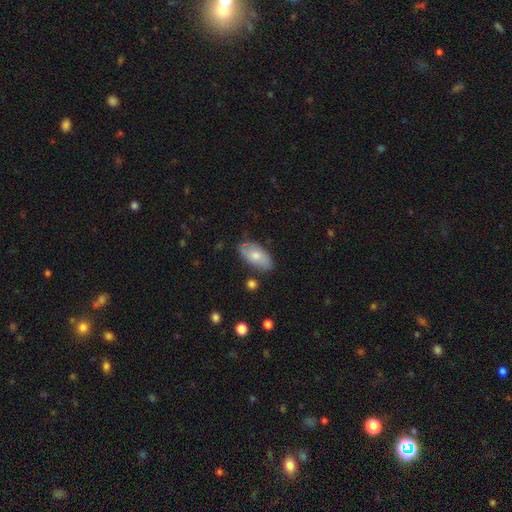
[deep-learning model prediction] Smooth or featured?
  - smooth: 73% *
  - featured or disk: 21%
  - star or artifact: 6%
How rounded?
  - in between: 93% *
  - cigar-shaped: 4%
  - round: 3%
Merging?
  - none: 75% *
  - minor disturbance: 19%
  - major disturbance: 4%
  - merger: 3%